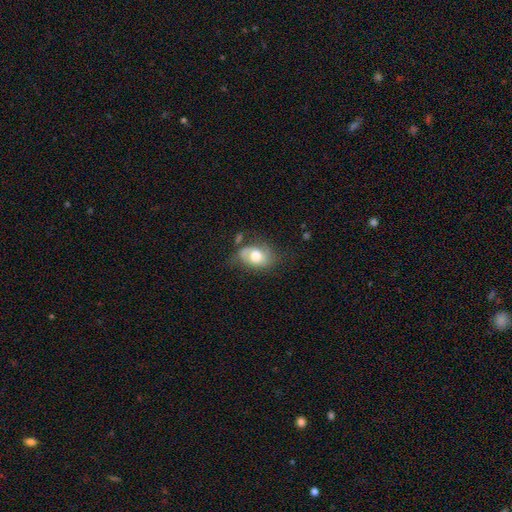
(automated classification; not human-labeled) Smooth or featured? smooth (63%)
How rounded? in between (77%)
Merging? none (45%)